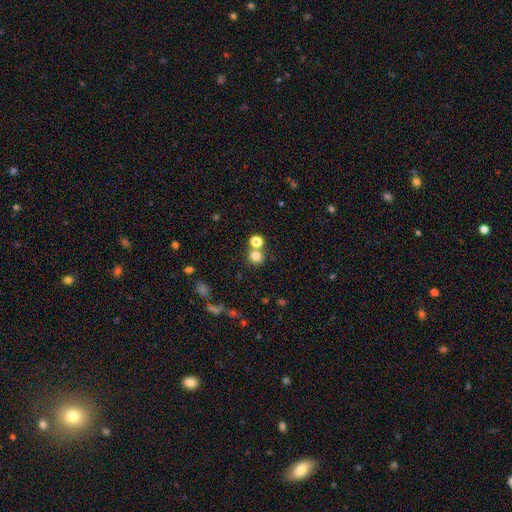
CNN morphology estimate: This appears to be a smooth galaxy with no disk features (78%) that is round (89%). Merging: none (64%).